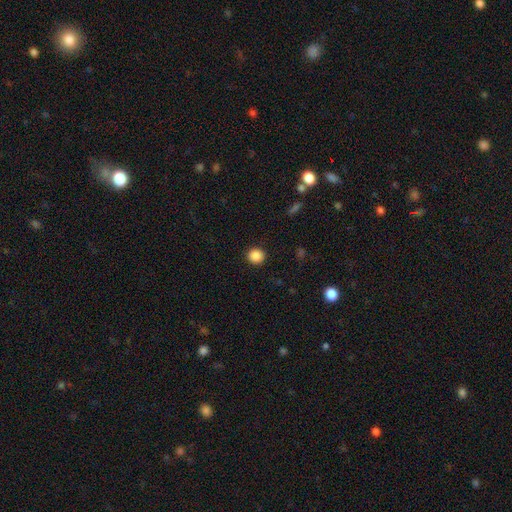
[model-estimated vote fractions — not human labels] Overall: smooth (88%). How rounded: round (89%). Merging: none (92%).